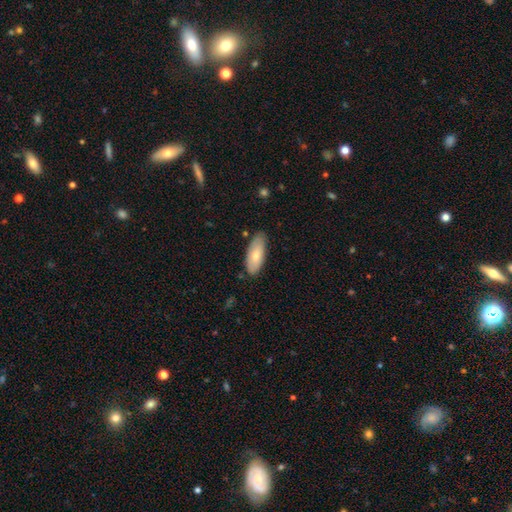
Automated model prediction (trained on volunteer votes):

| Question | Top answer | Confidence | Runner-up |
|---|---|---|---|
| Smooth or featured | smooth | 76% | featured or disk (18%) |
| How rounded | in between | 83% | cigar-shaped (15%) |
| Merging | none | 80% | minor disturbance (16%) |